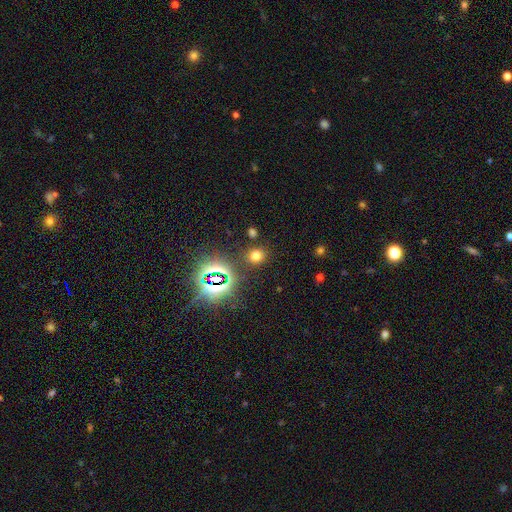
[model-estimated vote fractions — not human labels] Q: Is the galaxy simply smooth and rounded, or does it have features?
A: smooth — 65%.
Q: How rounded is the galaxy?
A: round — 81%.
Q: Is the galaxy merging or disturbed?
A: none — 85%.